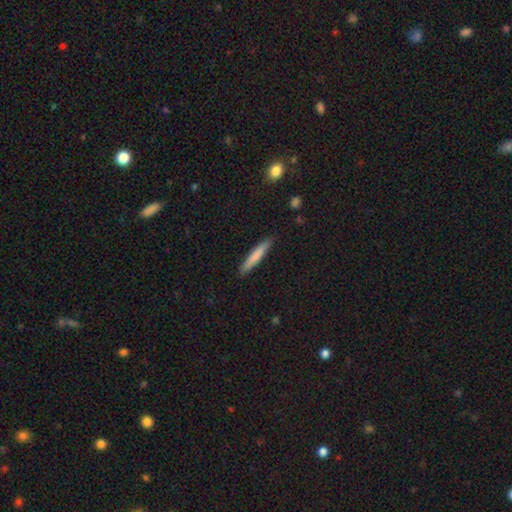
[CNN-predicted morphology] type=smooth (76%); roundness=cigar-shaped (93%); merging=none (89%).